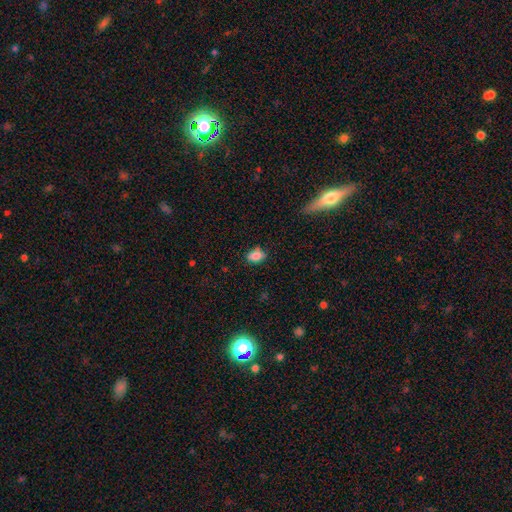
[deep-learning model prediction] Q: Smooth or featured?
A: smooth (84%); runner-up: star or artifact (9%)
Q: How rounded?
A: in between (84%); runner-up: round (12%)
Q: Merging?
A: none (72%); runner-up: minor disturbance (20%)